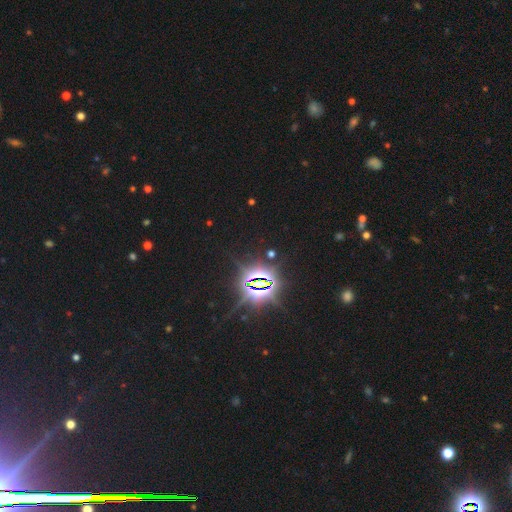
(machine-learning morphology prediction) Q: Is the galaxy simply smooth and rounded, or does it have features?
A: star or artifact — 86%.